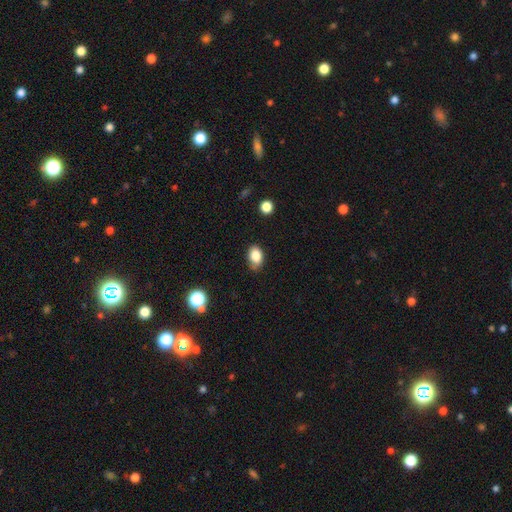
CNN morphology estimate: Overall: smooth (84%). How rounded: in between (82%). Merging: none (73%).